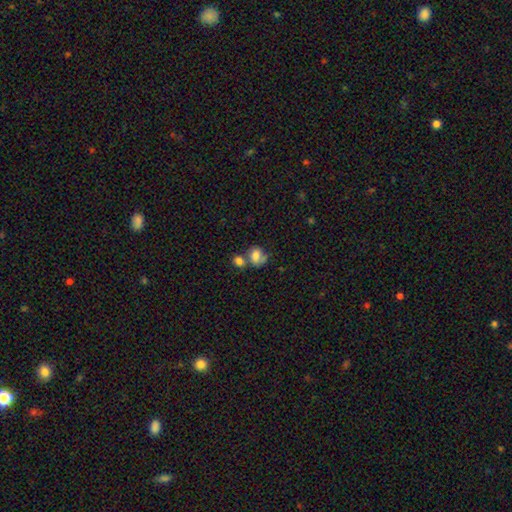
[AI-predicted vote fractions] The model was most divided on "how rounded": in between: 51%, round: 48%, cigar-shaped: 1%. Remaining: smooth or featured — smooth (70%); merging — merger (40%).